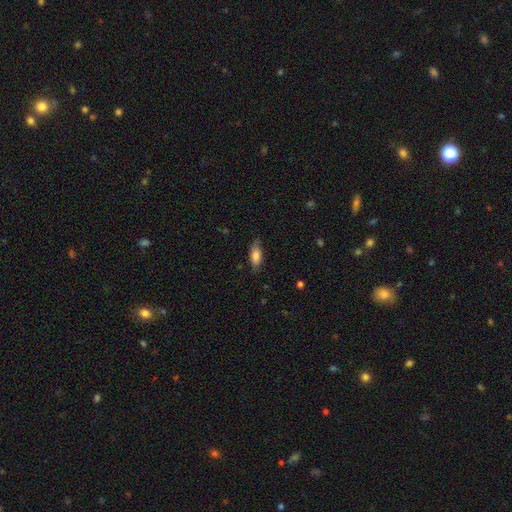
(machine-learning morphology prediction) Smooth or featured? smooth (79%)
How rounded? in between (77%)
Merging? none (75%)